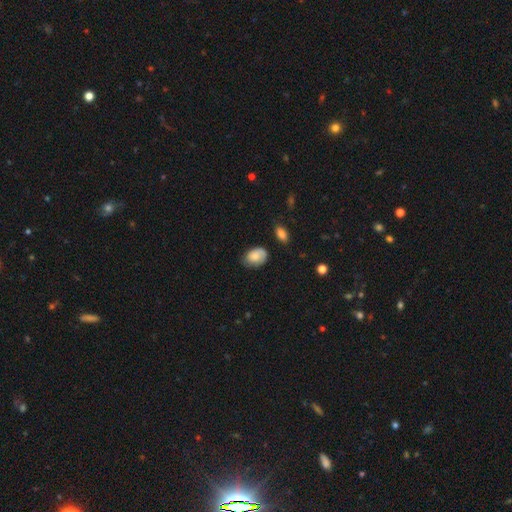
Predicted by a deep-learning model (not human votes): smooth_or_featured: smooth (p=0.72) [alt: featured or disk p=0.20]
how_rounded: in between (p=0.80) [alt: round p=0.19]
merging: none (p=0.57) [alt: minor disturbance p=0.32]